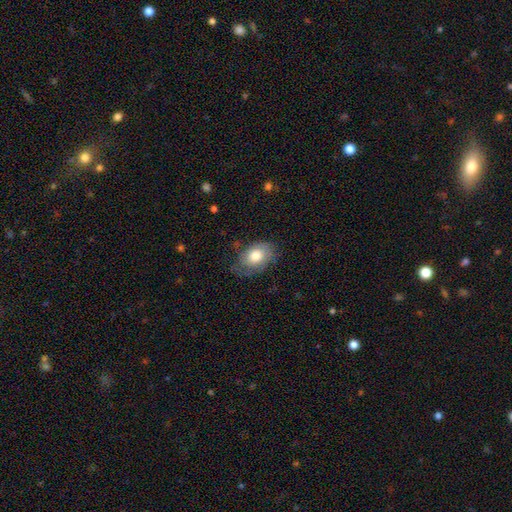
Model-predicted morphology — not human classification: Smooth or featured?
  - smooth: 68% *
  - featured or disk: 25%
  - star or artifact: 7%
How rounded?
  - in between: 82% *
  - round: 17%
  - cigar-shaped: 1%
Merging?
  - none: 60% *
  - minor disturbance: 28%
  - major disturbance: 10%
  - merger: 1%